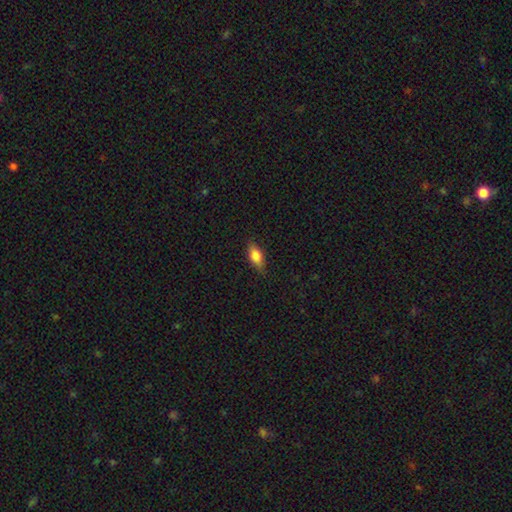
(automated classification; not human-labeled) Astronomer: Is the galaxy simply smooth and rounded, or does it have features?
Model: smooth — 76%.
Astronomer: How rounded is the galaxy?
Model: in between — 81%.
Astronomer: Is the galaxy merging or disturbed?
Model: none — 81%.